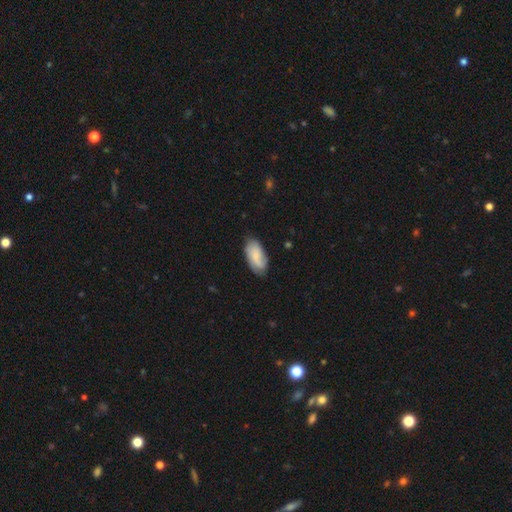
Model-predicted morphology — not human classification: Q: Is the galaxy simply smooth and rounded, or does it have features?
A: smooth — 65%.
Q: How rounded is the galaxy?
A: in between — 92%.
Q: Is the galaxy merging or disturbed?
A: none — 72%.